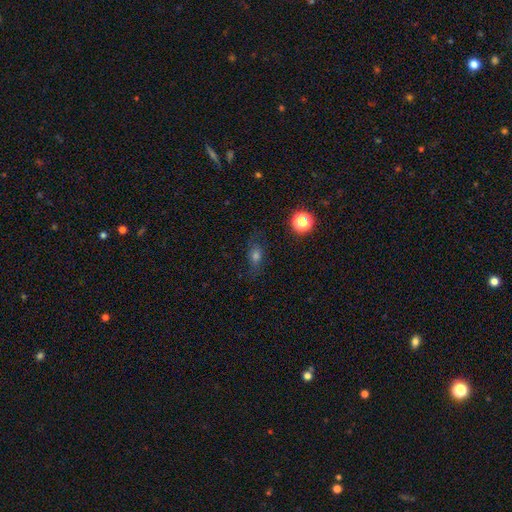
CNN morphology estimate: The model was most divided on "smooth or featured": smooth: 59%, star or artifact: 21%, featured or disk: 20%. More confident: merging — none (73%); how rounded — in between (65%).